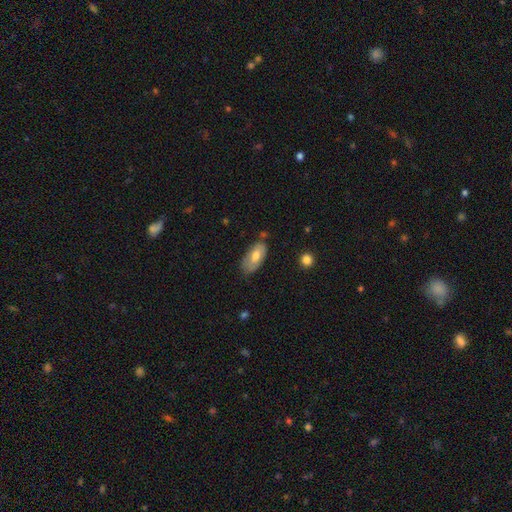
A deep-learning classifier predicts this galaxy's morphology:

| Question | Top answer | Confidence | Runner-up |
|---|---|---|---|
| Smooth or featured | smooth | 64% | featured or disk (30%) |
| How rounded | in between | 91% | cigar-shaped (6%) |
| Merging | none | 63% | minor disturbance (27%) |